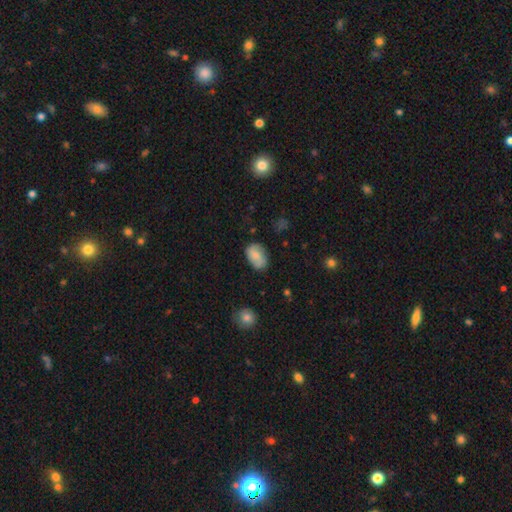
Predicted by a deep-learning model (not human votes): Smooth or featured? Predicted: smooth (p=0.71). How rounded? Predicted: in between (p=0.85). Merging? Predicted: none (p=0.70).